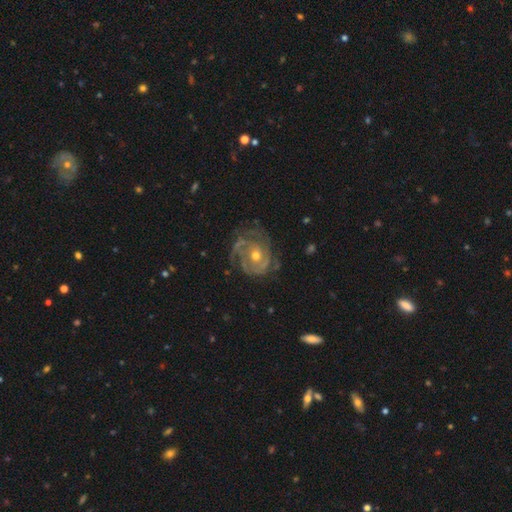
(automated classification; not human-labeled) Smooth or featured: featured or disk — 87% (smooth — 7%)
Edge-on disk: no — 97% (yes — 3%)
Bar: no — 73% (weak — 21%)
Spiral arms: yes — 93% (no — 7%)
Spiral winding: tight — 64% (medium — 29%)
Spiral arm count: can't tell — 28% (3 — 27%)
Bulge size: moderate — 65% (small — 31%)
Merging: none — 65% (minor disturbance — 21%)